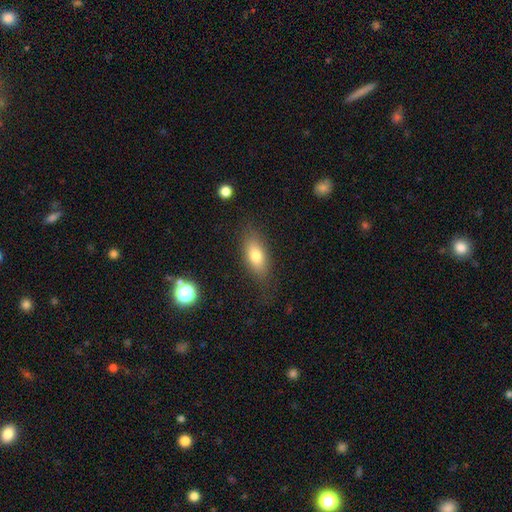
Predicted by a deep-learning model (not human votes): A smooth galaxy with no disk features (75%) that is in between round and cigar-shaped (81%).

Vote fractions:
- Smooth or featured? smooth: 75% / featured or disk: 16% / star or artifact: 8%
- How rounded? in between: 81% / cigar-shaped: 13% / round: 6%
- Merging? none: 79% / minor disturbance: 15% / major disturbance: 5% / merger: 2%